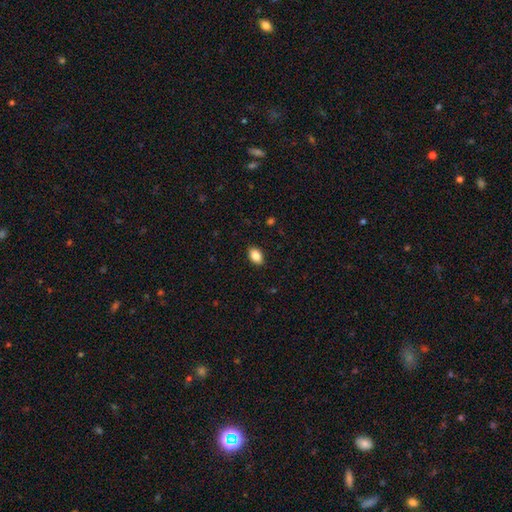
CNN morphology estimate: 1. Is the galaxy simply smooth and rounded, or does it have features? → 85% smooth, 8% star or artifact, 7% featured or disk.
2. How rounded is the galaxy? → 89% in between, 10% round, 2% cigar-shaped.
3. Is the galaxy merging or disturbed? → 89% none, 8% minor disturbance, 2% major disturbance, 1% merger.